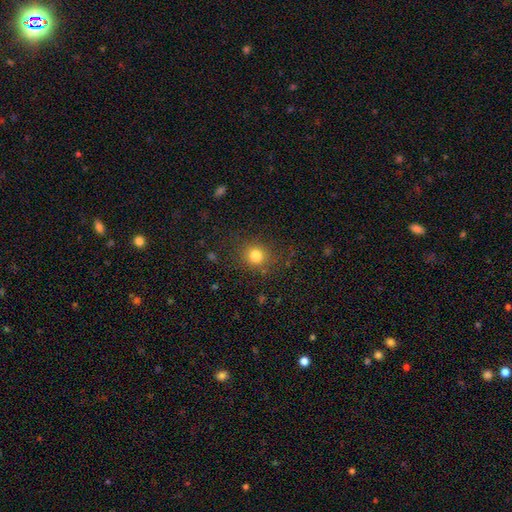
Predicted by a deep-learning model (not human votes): Smooth or featured?
  - smooth: 80% *
  - star or artifact: 14%
  - featured or disk: 6%
How rounded?
  - round: 87% *
  - in between: 13%
  - cigar-shaped: 1%
Merging?
  - none: 85% *
  - minor disturbance: 9%
  - major disturbance: 4%
  - merger: 2%